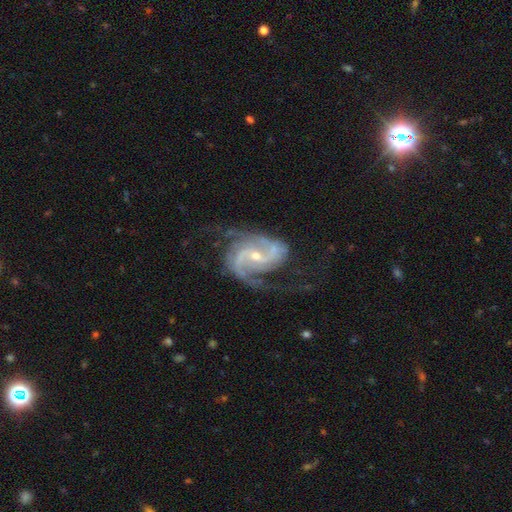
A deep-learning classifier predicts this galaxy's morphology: type=featured or disk (92%); edge-on=no (98%); bar=weak (43%); spiral arms=yes (98%); winding=medium (55%); arm count=2 (80%); bulge=small (62%); merging=none (62%).